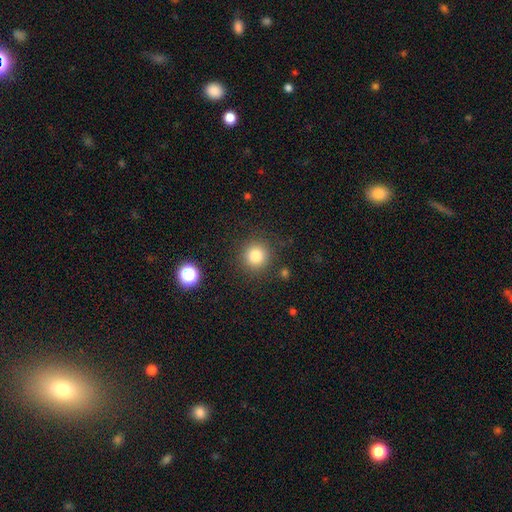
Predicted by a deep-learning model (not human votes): A smooth galaxy with no disk features (81%) that is round (94%). Merging: none (88%).